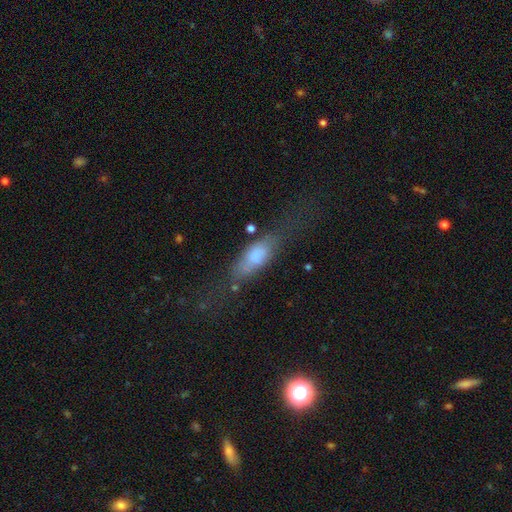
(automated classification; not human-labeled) smooth 57%, featured or disk 33%, star or artifact 10%. Down the decision tree: how rounded — in between (55%); merging — none (47%).